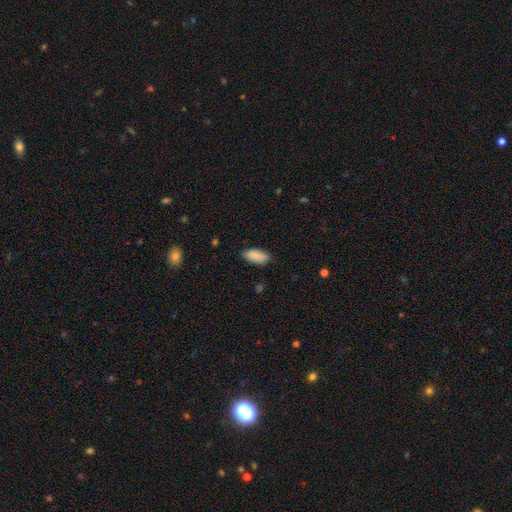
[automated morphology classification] smooth_or_featured: smooth (p=0.89) [alt: star or artifact p=0.06]
how_rounded: in between (p=0.92) [alt: cigar-shaped p=0.06]
merging: none (p=0.82) [alt: minor disturbance p=0.14]